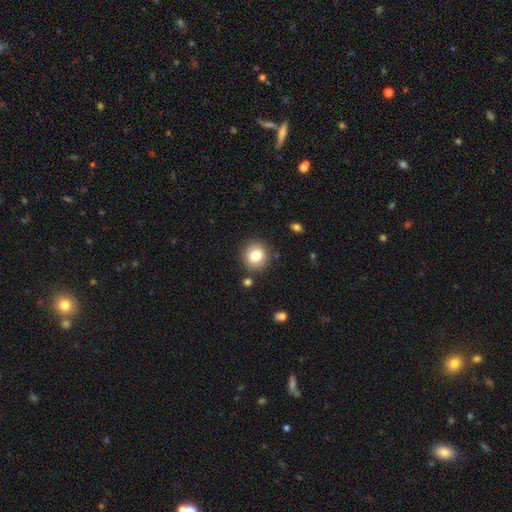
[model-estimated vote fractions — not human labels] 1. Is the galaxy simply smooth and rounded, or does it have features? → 80% smooth, 10% star or artifact, 10% featured or disk.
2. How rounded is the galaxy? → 85% round, 14% in between, 1% cigar-shaped.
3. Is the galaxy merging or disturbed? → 86% none, 8% minor disturbance, 3% merger, 2% major disturbance.